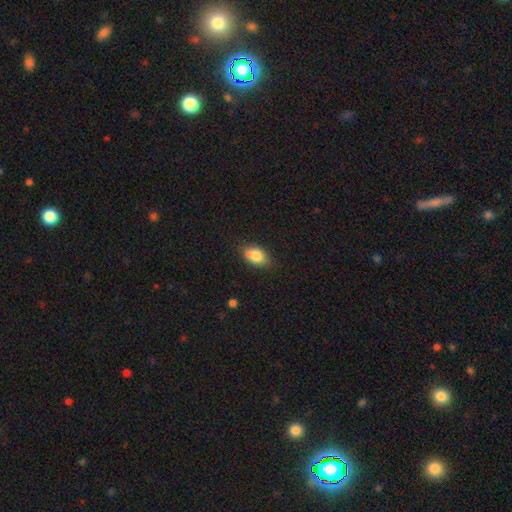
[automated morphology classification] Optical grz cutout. It shows a smooth galaxy with no disk features (81%) that is in between round and cigar-shaped (86%). Merging: none (73%).